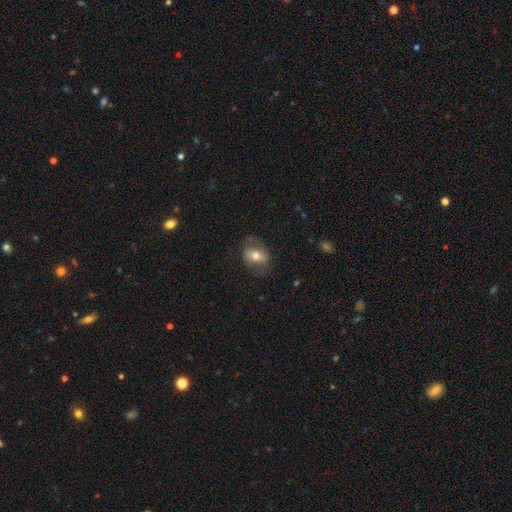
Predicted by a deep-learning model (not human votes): A smooth galaxy with no disk features (52%) that is in between round and cigar-shaped (66%). Merging: none (69%).